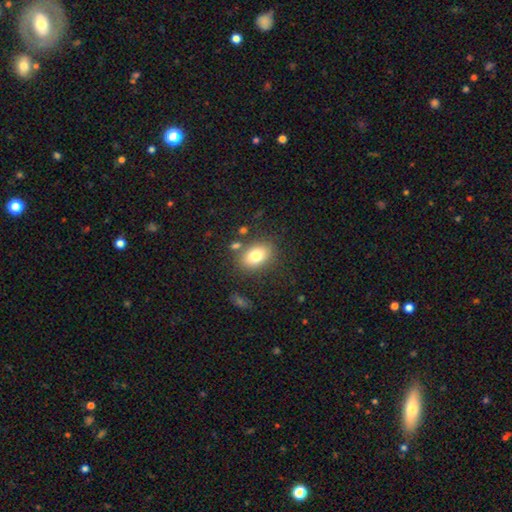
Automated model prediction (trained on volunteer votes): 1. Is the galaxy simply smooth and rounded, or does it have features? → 79% smooth, 12% featured or disk, 9% star or artifact.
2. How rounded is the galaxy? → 81% in between, 18% round, 1% cigar-shaped.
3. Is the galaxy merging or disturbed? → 77% none, 12% minor disturbance, 6% merger, 4% major disturbance.